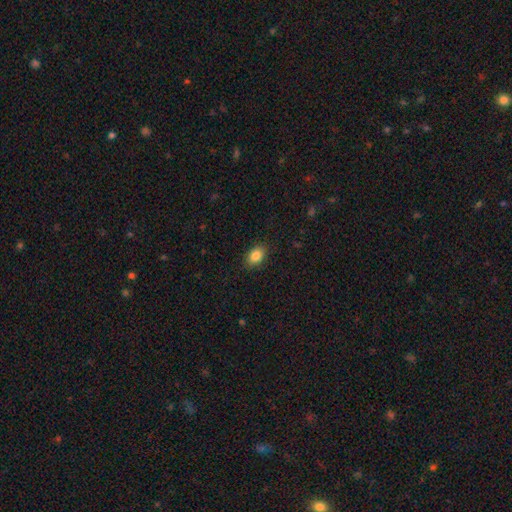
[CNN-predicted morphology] smooth-or-featured: smooth: 86% | star or artifact: 9% | featured or disk: 6%
  how-rounded: in between: 81% | round: 18% | cigar-shaped: 1%
  merging: none: 88% | minor disturbance: 8% | major disturbance: 2% | merger: 1%